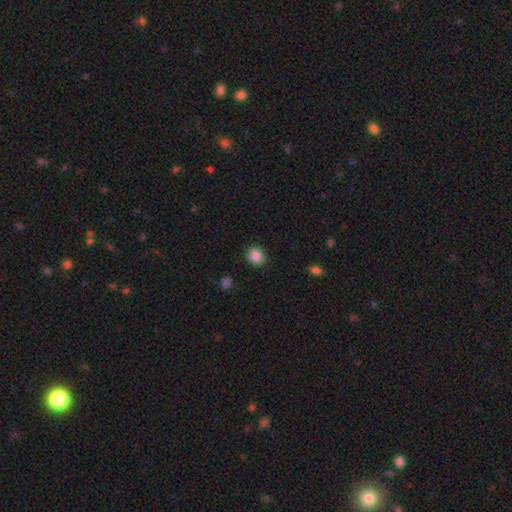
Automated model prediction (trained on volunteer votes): Q: Smooth or featured?
A: smooth (87%); runner-up: star or artifact (9%)
Q: How rounded?
A: round (70%); runner-up: in between (29%)
Q: Merging?
A: none (89%); runner-up: minor disturbance (8%)